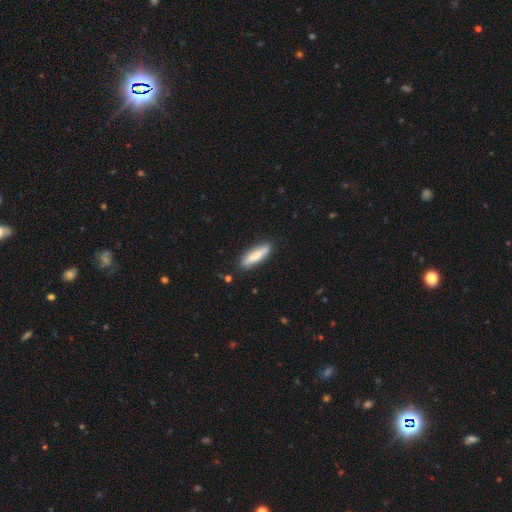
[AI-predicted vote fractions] Morphology: type=smooth (77%); roundness=cigar-shaped (70%); merging=none (86%).